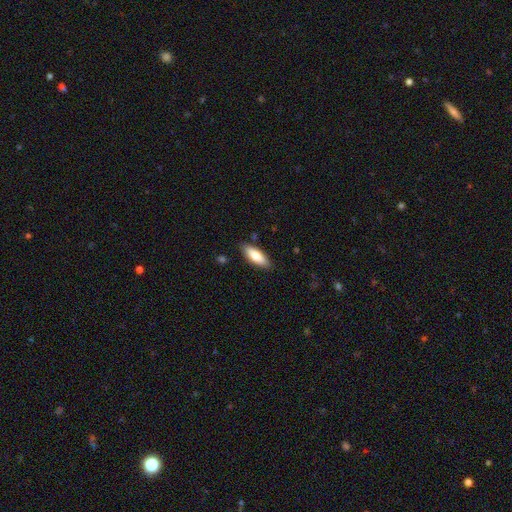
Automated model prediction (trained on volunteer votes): smooth 76%, featured or disk 18%, star or artifact 6%. Down the decision tree: how rounded — in between (69%); merging — none (86%).